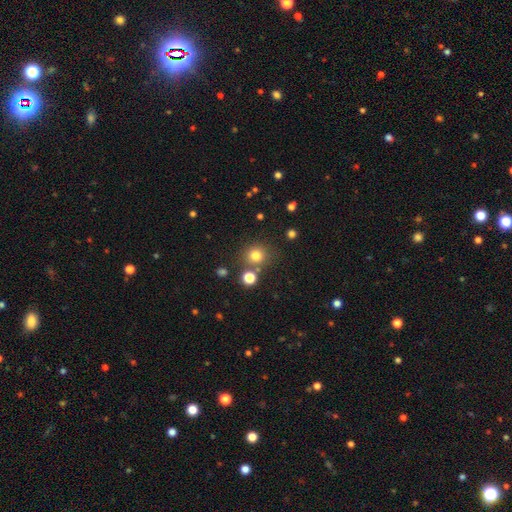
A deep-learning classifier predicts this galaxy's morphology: Smooth or featured: smooth — 78% (star or artifact — 15%)
How rounded: round — 90% (in between — 10%)
Merging: none — 77% (merger — 11%)